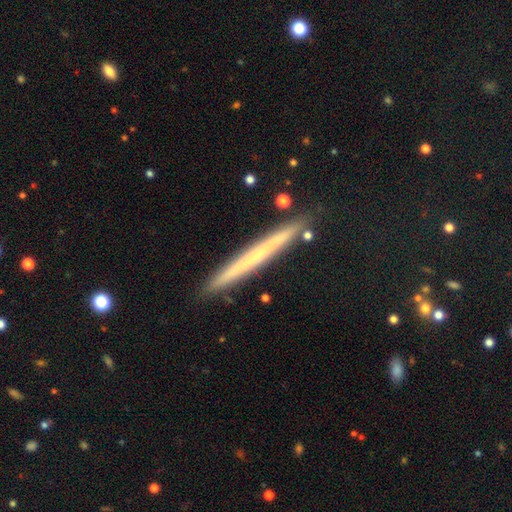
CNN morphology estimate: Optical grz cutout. It shows a featured or disk galaxy (49%). Merging: none (90%).